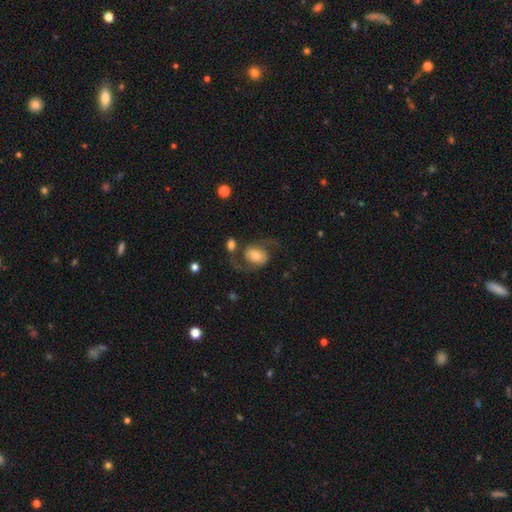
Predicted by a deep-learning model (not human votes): A featured or disk galaxy (69%) with no bar (51%), 2 (91%) loose (58%) spiral arms (89%) and a moderate central bulge (55%). Merging: none (57%).